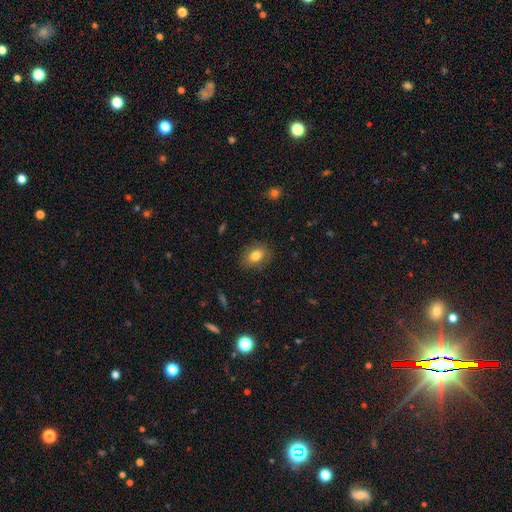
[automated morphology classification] Smooth or featured?
  - smooth: 80% *
  - featured or disk: 12%
  - star or artifact: 9%
How rounded?
  - in between: 72% *
  - round: 27%
  - cigar-shaped: 1%
Merging?
  - none: 84% *
  - minor disturbance: 12%
  - major disturbance: 3%
  - merger: 1%